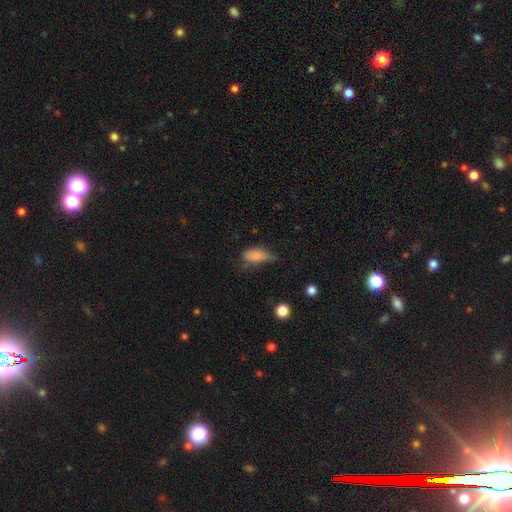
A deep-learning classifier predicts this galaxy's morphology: The model was most divided on "merging": minor disturbance: 42%, none: 35%, major disturbance: 20%, merger: 3%. More confident: how rounded — in between (83%); smooth or featured — smooth (79%).